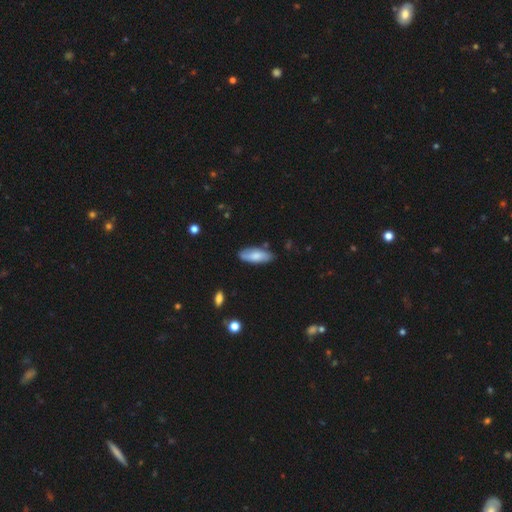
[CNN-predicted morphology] This is likely a smooth galaxy (73%). How rounded: likely in between (72%). Merging: likely none (80%).